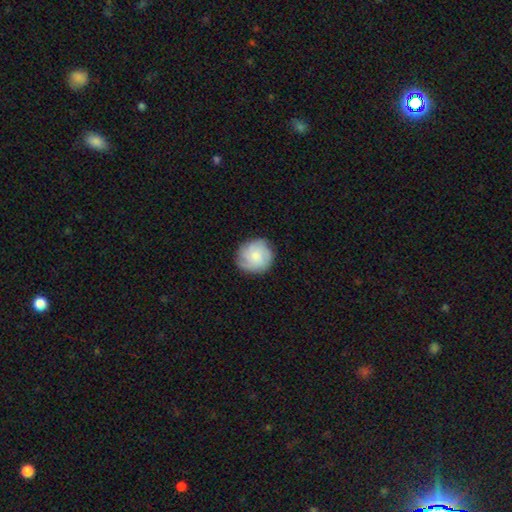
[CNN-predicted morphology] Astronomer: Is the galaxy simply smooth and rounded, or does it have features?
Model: smooth — 58% (runner-up: featured or disk, 35%).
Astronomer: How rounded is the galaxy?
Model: round — 89%.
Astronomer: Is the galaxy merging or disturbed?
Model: none — 79%.